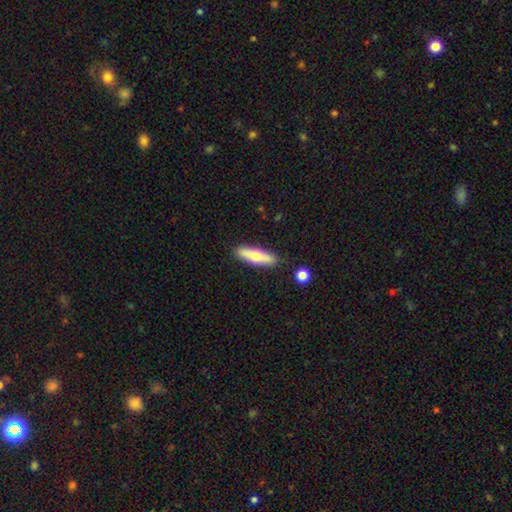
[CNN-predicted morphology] type=smooth (58%); roundness=cigar-shaped (60%); merging=none (85%).